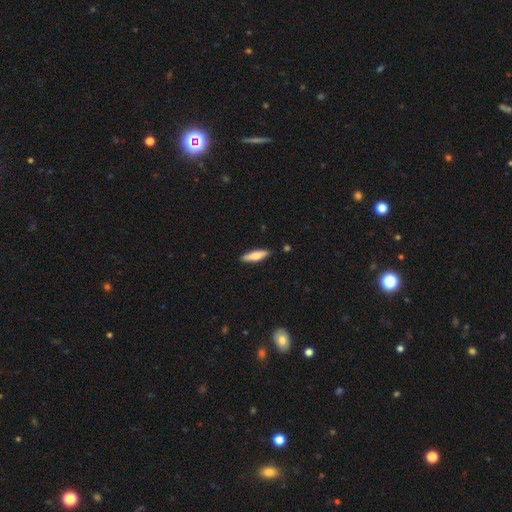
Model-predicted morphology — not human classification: type=smooth (72%); roundness=cigar-shaped (64%); merging=none (89%).